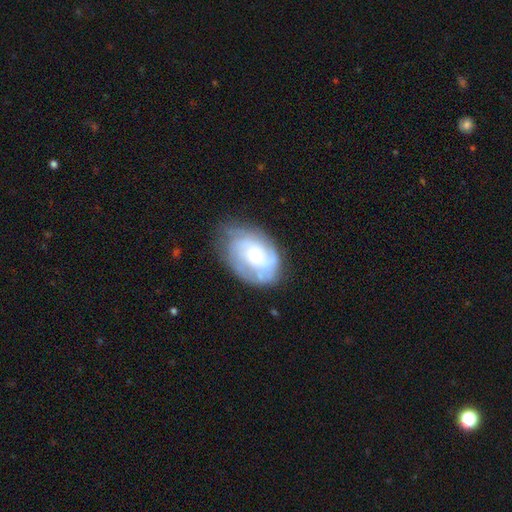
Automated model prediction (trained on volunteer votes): Q: Smooth or featured?
A: featured or disk (71%); runner-up: smooth (22%)
Q: Edge-on disk?
A: no (97%); runner-up: yes (3%)
Q: Bar?
A: no (71%); runner-up: weak (25%)
Q: Spiral arms?
A: yes (89%); runner-up: no (11%)
Q: Spiral winding?
A: tight (52%); runner-up: medium (36%)
Q: Spiral arm count?
A: can't tell (38%); runner-up: 2 (28%)
Q: Bulge size?
A: small (48%); runner-up: moderate (40%)
Q: Merging?
A: none (63%); runner-up: minor disturbance (25%)